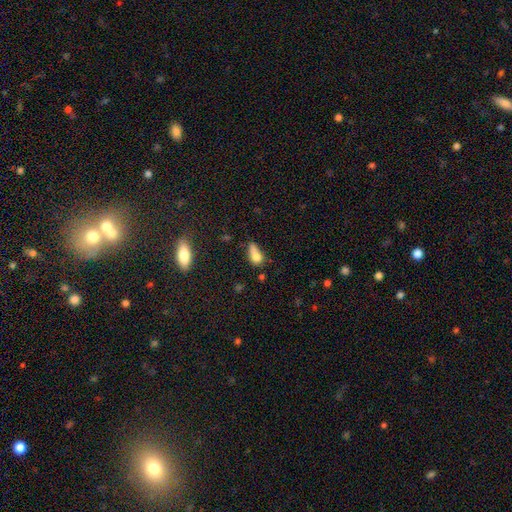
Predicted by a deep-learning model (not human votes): The model was most divided on "merging": none: 30%, minor disturbance: 28%, merger: 21%, major disturbance: 20%. More confident: smooth or featured — smooth (74%); how rounded — in between (70%).